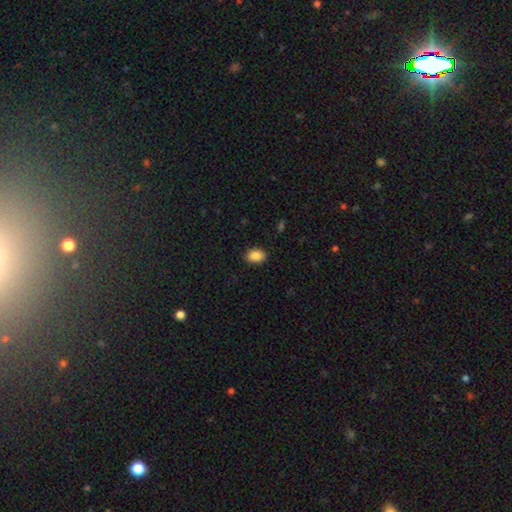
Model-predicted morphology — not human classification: The model was most divided on "how rounded": in between: 78%, round: 21%, cigar-shaped: 1%. More confident: merging — none (90%); smooth or featured — smooth (87%).